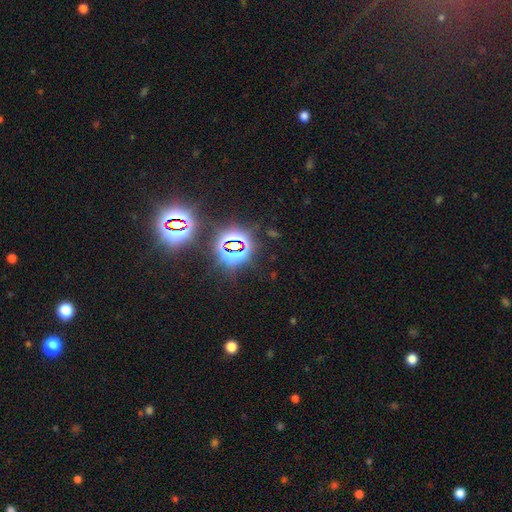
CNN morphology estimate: Smooth or featured: star or artifact — 80% (smooth — 13%)